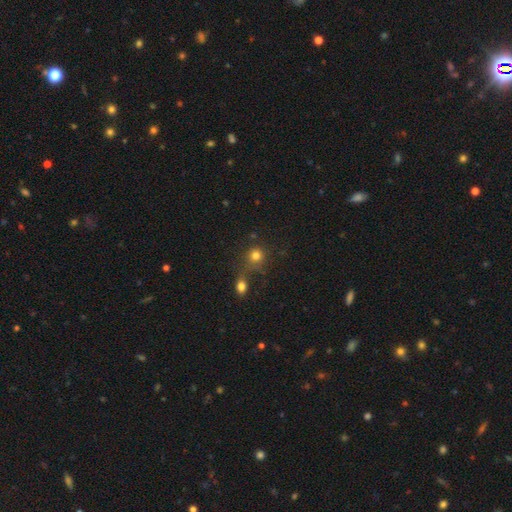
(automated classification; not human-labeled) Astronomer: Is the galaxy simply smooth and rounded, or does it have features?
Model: smooth — 79%.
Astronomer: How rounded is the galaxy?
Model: round — 87%.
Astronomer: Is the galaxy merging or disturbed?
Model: none — 58%.